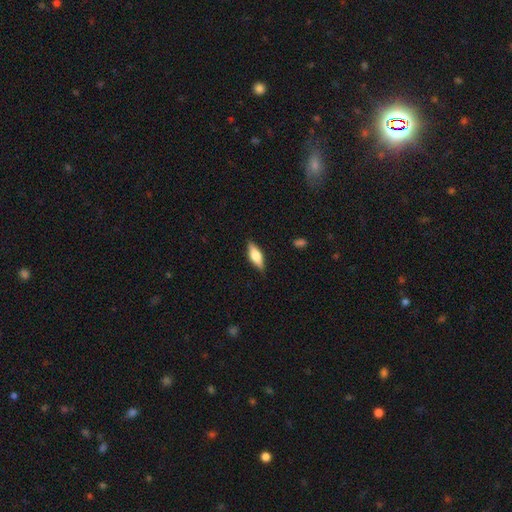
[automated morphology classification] This is possibly a smooth galaxy (56%). How rounded: likely in between (62%). Merging: clearly none (86%).